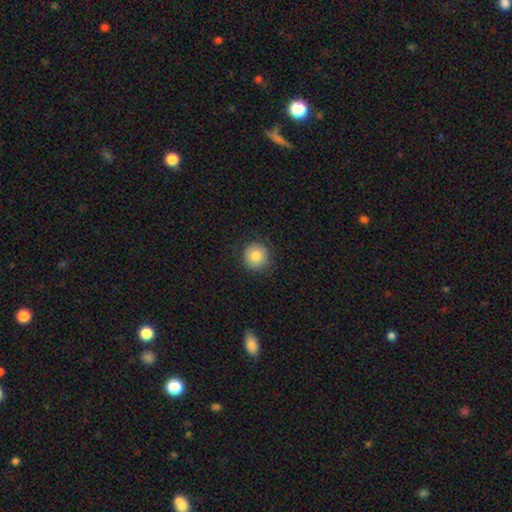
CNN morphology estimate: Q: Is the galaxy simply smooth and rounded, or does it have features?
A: smooth — 83%.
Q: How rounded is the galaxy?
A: round — 94%.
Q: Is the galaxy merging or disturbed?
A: none — 86%.